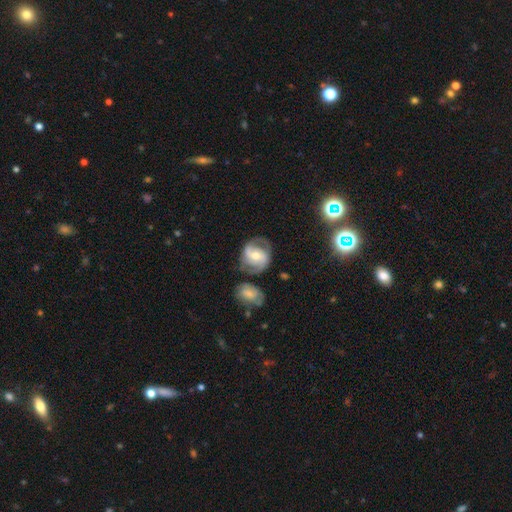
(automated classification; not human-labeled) smooth-or-featured: featured or disk: 75% | smooth: 18% | star or artifact: 6%
  disk-edge-on: no: 97% | yes: 3%
    bar: weak: 40% | no: 38% | strong: 22%
    has-spiral-arms: yes: 90% | no: 10%
      spiral-winding: medium: 48% | tight: 30% | loose: 22%
      spiral-arm-count: 2: 80% | can't tell: 9% | 3: 4% | 1: 4% | 4: 1% | more than 4: 1%
    bulge-size: moderate: 62% | small: 31% | large: 4% | none: 1% | dominant: 1%
  merging: none: 65% | minor disturbance: 19% | major disturbance: 10% | merger: 7%